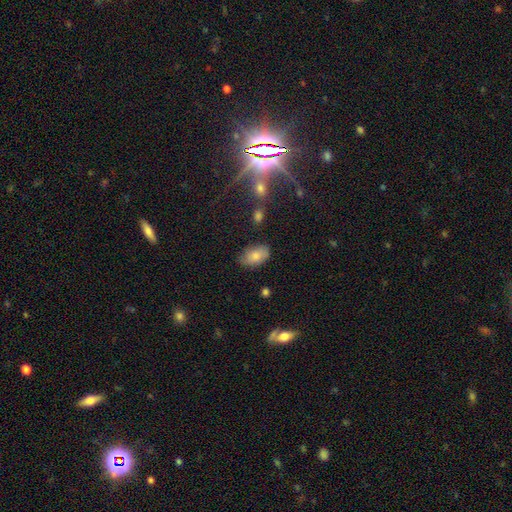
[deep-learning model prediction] Smooth or featured? smooth (78%)
How rounded? in between (92%)
Merging? none (74%)